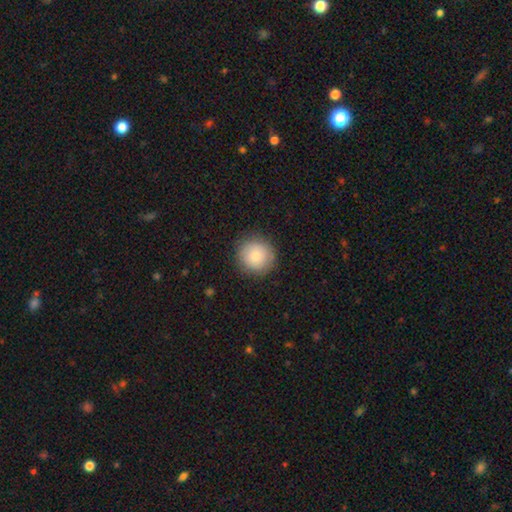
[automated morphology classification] This is likely a smooth galaxy (80%). How rounded: clearly round (93%). Merging: clearly none (87%).